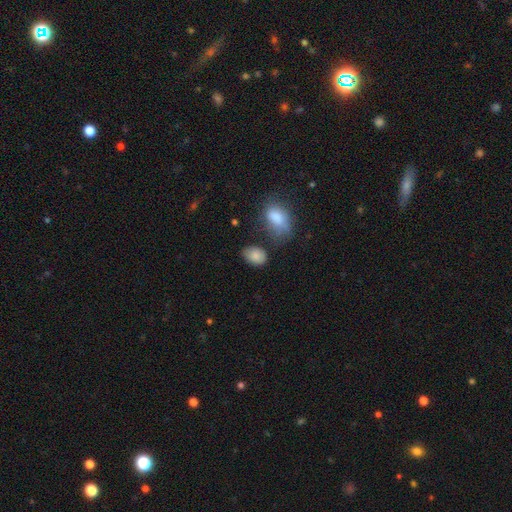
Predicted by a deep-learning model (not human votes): Q: Smooth or featured?
A: smooth (85%); runner-up: star or artifact (9%)
Q: How rounded?
A: in between (80%); runner-up: round (19%)
Q: Merging?
A: none (63%); runner-up: minor disturbance (23%)